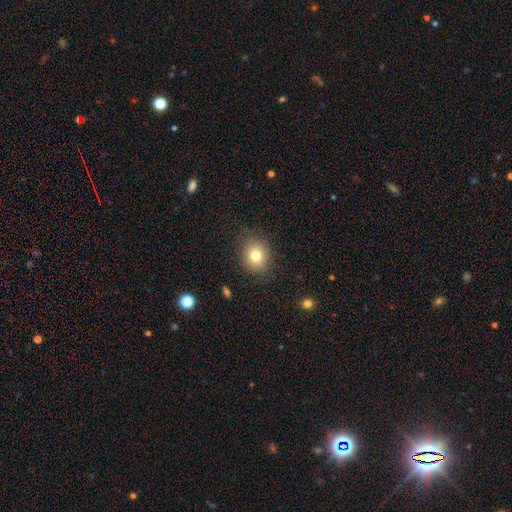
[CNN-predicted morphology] smooth 78%, featured or disk 11%, star or artifact 11%. Down the decision tree: how rounded — round (64%); merging — none (82%).